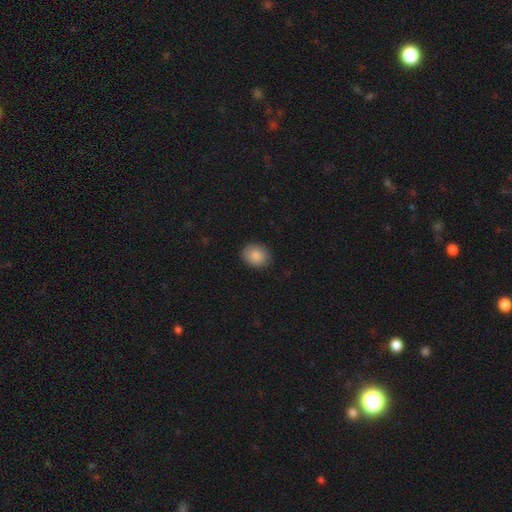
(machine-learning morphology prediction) smooth 87%, star or artifact 7%, featured or disk 6%. Down the decision tree: how rounded — round (54%); merging — none (85%).